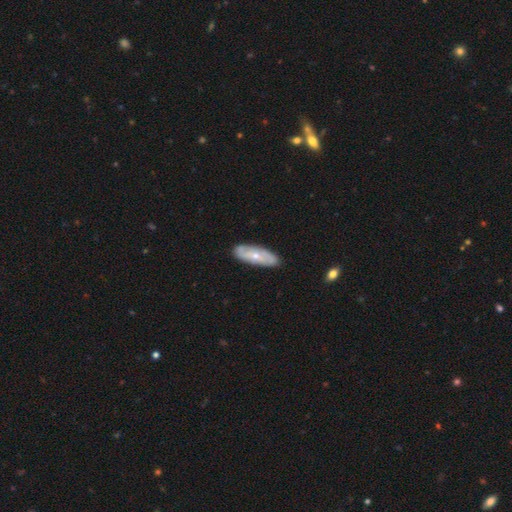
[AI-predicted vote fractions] smooth_or_featured: featured or disk (p=0.54) [alt: smooth p=0.40]
disk_edge_on: no (p=0.78) [alt: yes p=0.22]
merging: none (p=0.84) [alt: minor disturbance p=0.13]